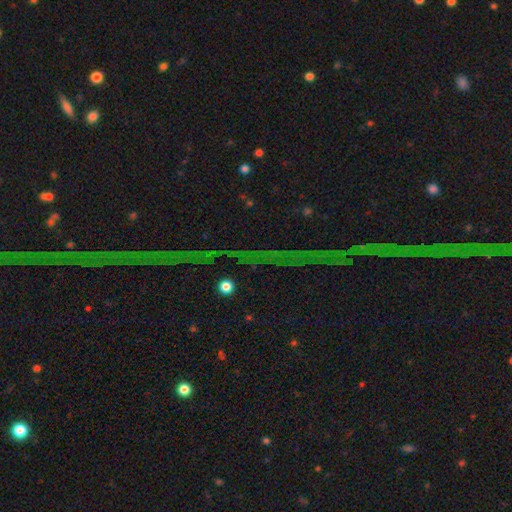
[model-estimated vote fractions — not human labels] Q: Smooth or featured?
A: star or artifact (84%); runner-up: featured or disk (10%)